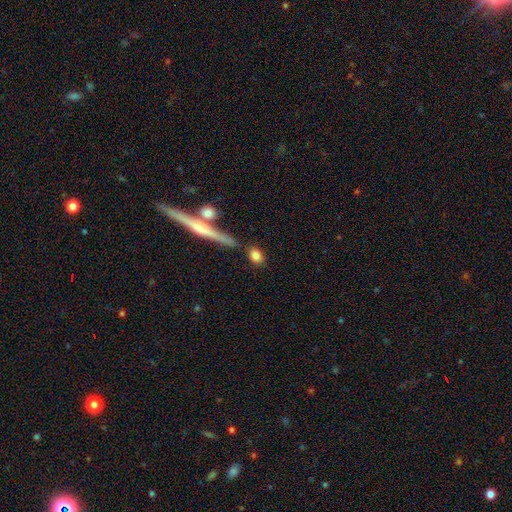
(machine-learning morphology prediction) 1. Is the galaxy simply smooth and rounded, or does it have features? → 81% smooth, 11% featured or disk, 8% star or artifact.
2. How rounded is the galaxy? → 57% in between, 34% round, 9% cigar-shaped.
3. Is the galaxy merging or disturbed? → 75% none, 11% minor disturbance, 10% merger, 4% major disturbance.